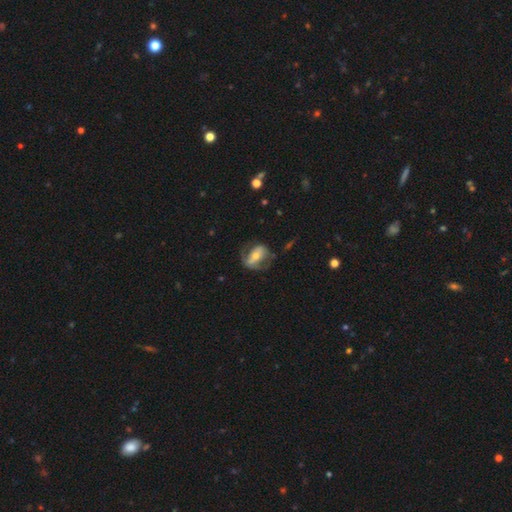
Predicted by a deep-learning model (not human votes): A featured or disk galaxy (64%) with a strong bar (44%), spiral arms (64%) and a moderate central bulge (51%).

Vote fractions:
- Smooth or featured? featured or disk: 64% / smooth: 30% / star or artifact: 6%
- Edge-on disk? no: 93% / yes: 7%
- Bar? strong: 44% / no: 30% / weak: 26%
- Spiral arms? yes: 64% / no: 36%
- Bulge size? moderate: 51% / small: 41% / large: 5% / none: 2% / dominant: 1%
- Merging? none: 54% / major disturbance: 22% / minor disturbance: 22% / merger: 2%